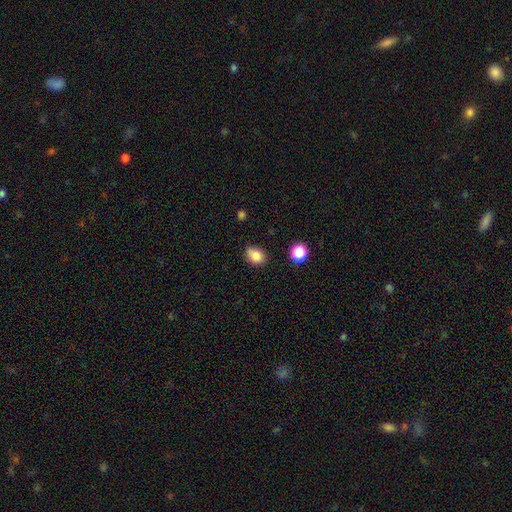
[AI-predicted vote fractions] Overall: smooth (85%). How rounded: in between (61%; round 38%). Merging: none (71%).